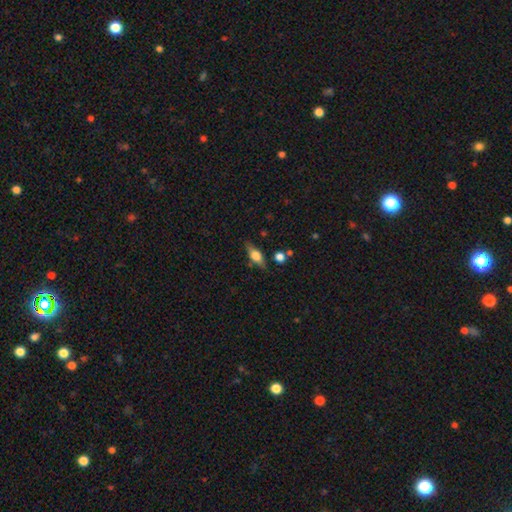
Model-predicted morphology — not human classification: smooth 50%, featured or disk 42%, star or artifact 8%. Down the decision tree: merging — none (77%).